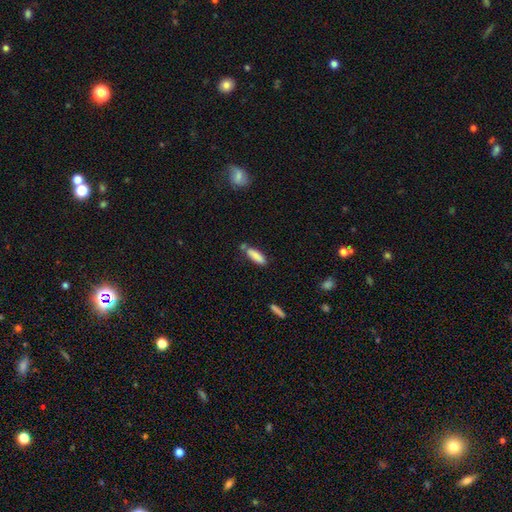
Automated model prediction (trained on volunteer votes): smooth 85%, featured or disk 8%, star or artifact 7%. Down the decision tree: how rounded — cigar-shaped (50%); merging — none (64%).